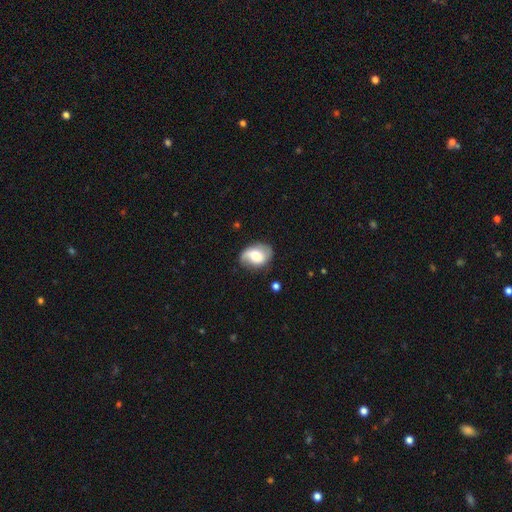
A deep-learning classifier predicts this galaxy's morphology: Smooth or featured?
  - featured or disk: 47% *
  - smooth: 45%
  - star or artifact: 8%
Merging?
  - none: 59% *
  - minor disturbance: 27%
  - major disturbance: 11%
  - merger: 2%